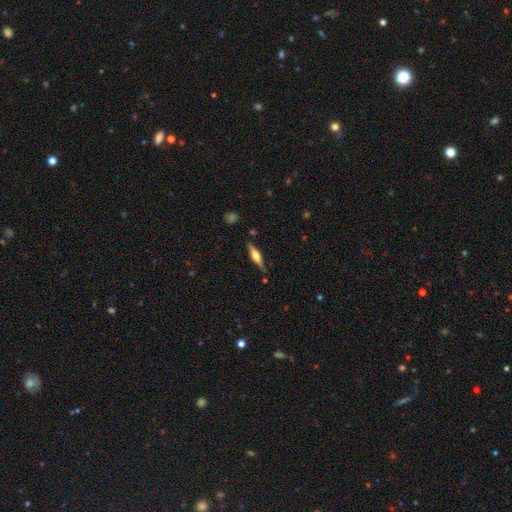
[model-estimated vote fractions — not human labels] Smooth or featured? Predicted: featured or disk (p=0.62). Edge-on disk? Predicted: yes (p=0.96). Edge-on bulge? Predicted: rounded (p=0.85). Merging? Predicted: none (p=0.82).